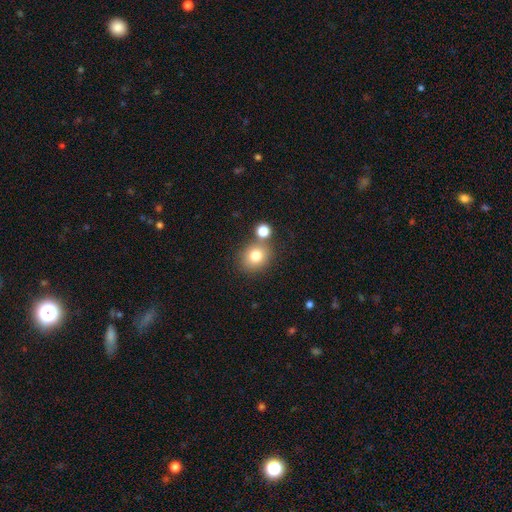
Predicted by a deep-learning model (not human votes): Overall: smooth (78%). How rounded: round (79%). Merging: none (67%).